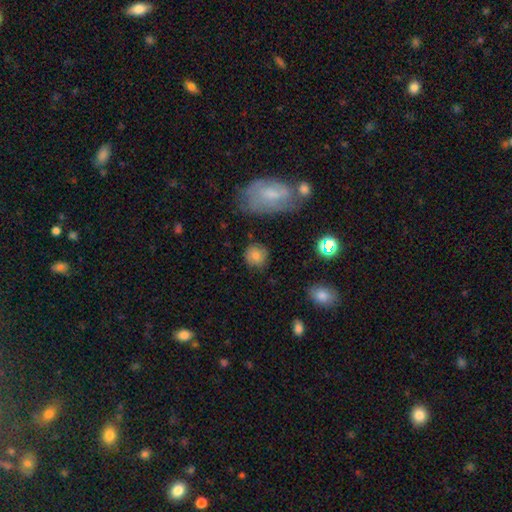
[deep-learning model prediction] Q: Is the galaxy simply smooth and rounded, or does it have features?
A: smooth — 78%.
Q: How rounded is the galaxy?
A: round — 86%.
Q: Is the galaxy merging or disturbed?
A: none — 80%.